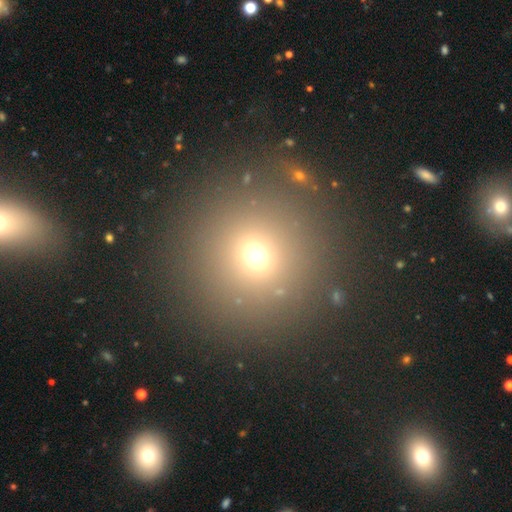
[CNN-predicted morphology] smooth_or_featured: smooth (p=0.66) [alt: star or artifact p=0.25]
how_rounded: round (p=0.95) [alt: in between p=0.04]
merging: none (p=0.88) [alt: minor disturbance p=0.06]